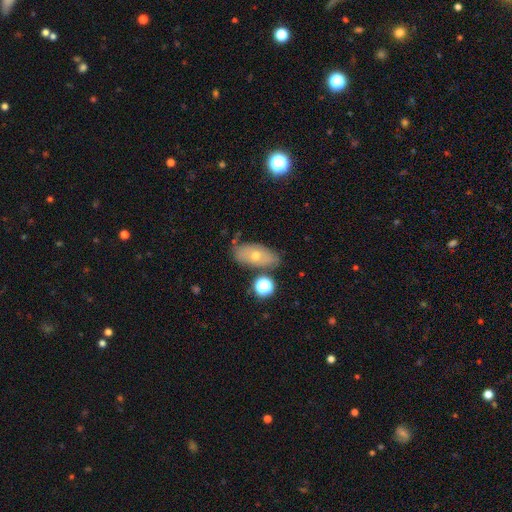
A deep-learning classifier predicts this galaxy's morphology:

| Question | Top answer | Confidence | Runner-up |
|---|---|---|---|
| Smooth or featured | smooth | 47% | featured or disk (40%) |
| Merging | none | 72% | minor disturbance (17%) |